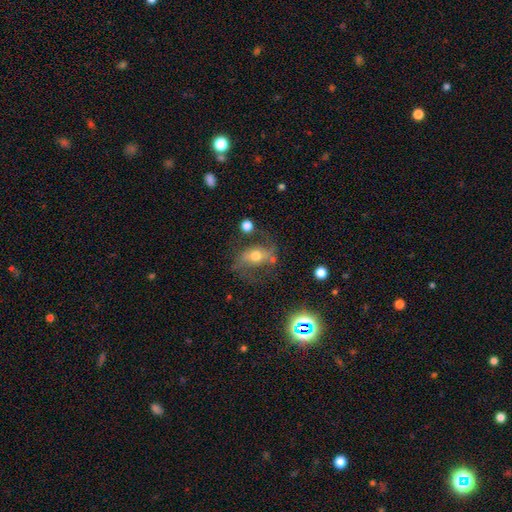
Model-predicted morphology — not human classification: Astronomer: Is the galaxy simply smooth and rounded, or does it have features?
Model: featured or disk — 59%.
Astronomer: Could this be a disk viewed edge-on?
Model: no — 93%.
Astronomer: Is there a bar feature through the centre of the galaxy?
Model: no — 45% (runner-up: weak, 33%).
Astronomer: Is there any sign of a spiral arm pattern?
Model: yes — 79%.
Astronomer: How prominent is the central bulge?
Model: moderate — 67%.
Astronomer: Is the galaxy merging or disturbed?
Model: none — 61%.